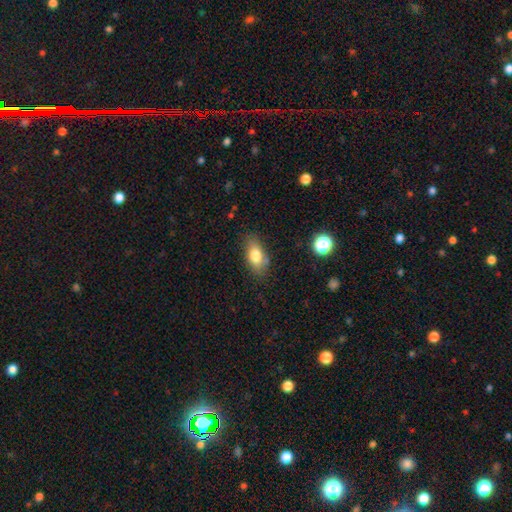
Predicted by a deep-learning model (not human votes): smooth 78%, featured or disk 14%, star or artifact 8%. Down the decision tree: how rounded — in between (86%); merging — none (76%).